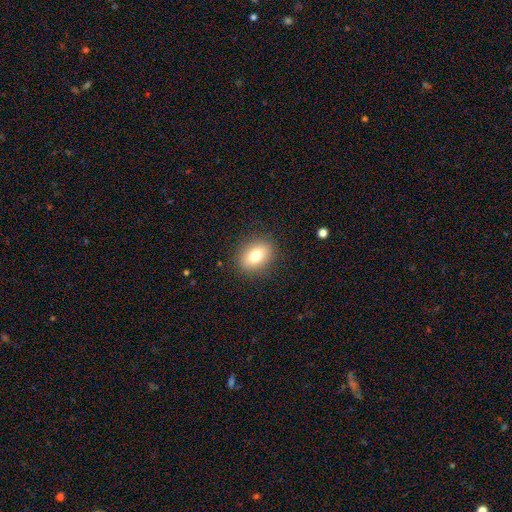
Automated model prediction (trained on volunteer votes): Overall: smooth (77%). How rounded: in between (71%). Merging: none (87%).